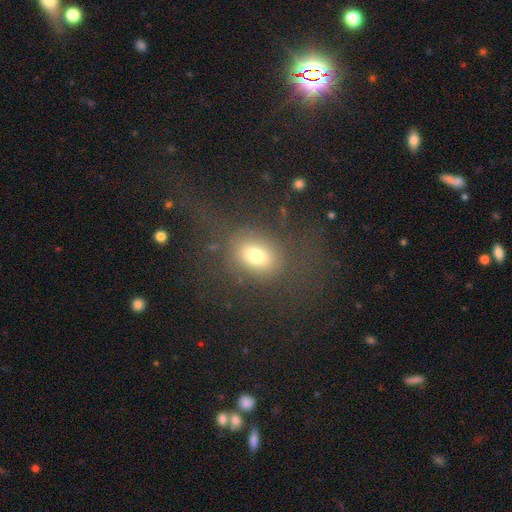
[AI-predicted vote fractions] Smooth or featured?
  - smooth: 72% *
  - featured or disk: 14%
  - star or artifact: 14%
How rounded?
  - in between: 58% *
  - round: 40%
  - cigar-shaped: 2%
Merging?
  - none: 69% *
  - major disturbance: 16%
  - minor disturbance: 13%
  - merger: 3%